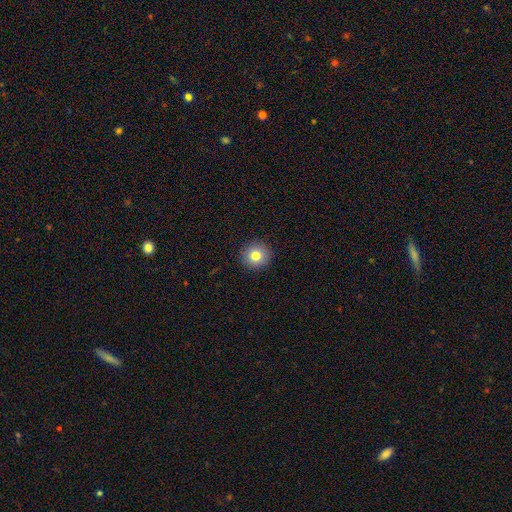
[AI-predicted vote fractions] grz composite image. It shows a smooth galaxy with no disk features (79%) that is round (92%). Merging: none (92%).